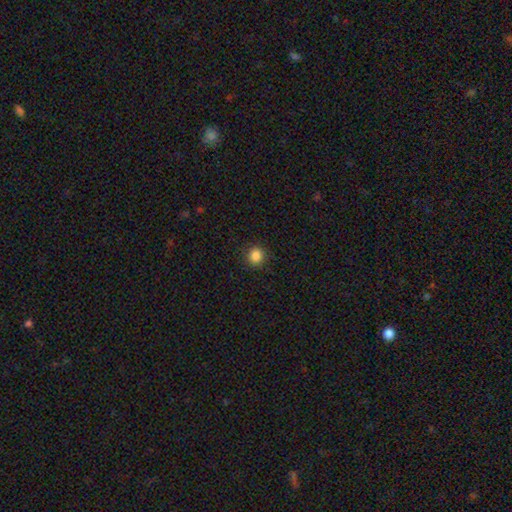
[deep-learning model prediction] Overall: smooth (85%). How rounded: round (88%). Merging: none (90%).